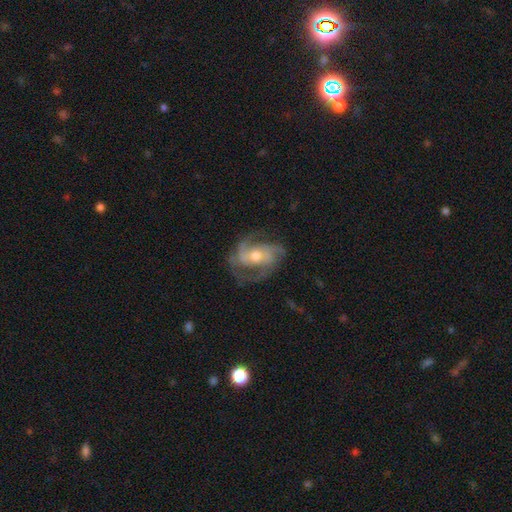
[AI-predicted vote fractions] smooth-or-featured: featured or disk: 85% | smooth: 9% | star or artifact: 6%
  disk-edge-on: no: 97% | yes: 3%
    bar: no: 58% | weak: 30% | strong: 12%
    has-spiral-arms: yes: 95% | no: 5%
      spiral-winding: medium: 50% | tight: 29% | loose: 20%
      spiral-arm-count: 3: 44% | 2: 28% | can't tell: 12% | 4: 7% | 1: 4% | more than 4: 4%
    bulge-size: moderate: 67% | small: 25% | large: 5% | none: 1% | dominant: 1%
  merging: none: 65% | minor disturbance: 20% | major disturbance: 14% | merger: 1%